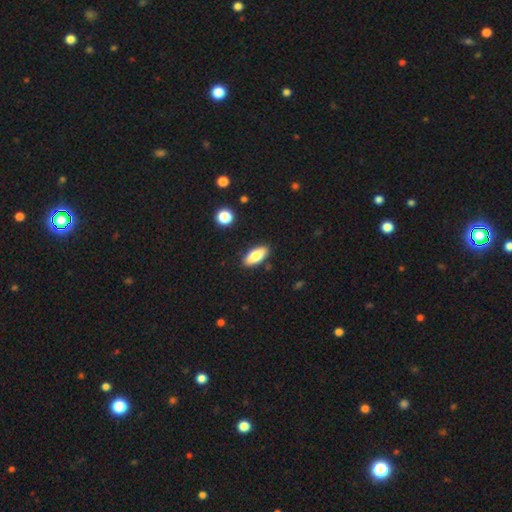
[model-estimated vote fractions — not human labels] The model was most divided on "smooth or featured": smooth: 79%, featured or disk: 14%, star or artifact: 7%. More confident: merging — none (88%); how rounded — in between (83%).